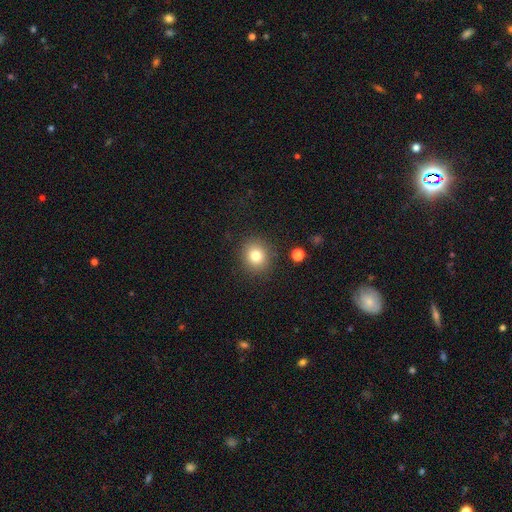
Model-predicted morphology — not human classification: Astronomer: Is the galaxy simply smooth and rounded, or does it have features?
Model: smooth — 80%.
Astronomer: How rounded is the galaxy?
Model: round — 83%.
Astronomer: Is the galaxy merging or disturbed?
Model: none — 87%.